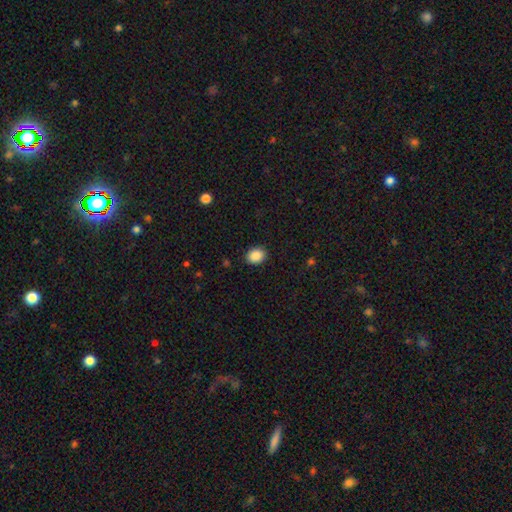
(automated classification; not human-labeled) Smooth or featured: smooth — 89% (star or artifact — 8%)
How rounded: in between — 54% (round — 45%)
Merging: none — 90% (minor disturbance — 7%)